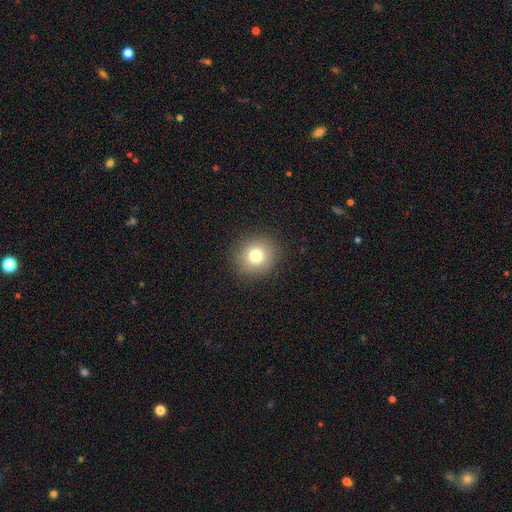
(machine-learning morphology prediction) Smooth or featured?
  - smooth: 78% *
  - star or artifact: 12%
  - featured or disk: 10%
How rounded?
  - round: 89% *
  - in between: 10%
  - cigar-shaped: 1%
Merging?
  - none: 90% *
  - minor disturbance: 6%
  - major disturbance: 2%
  - merger: 1%